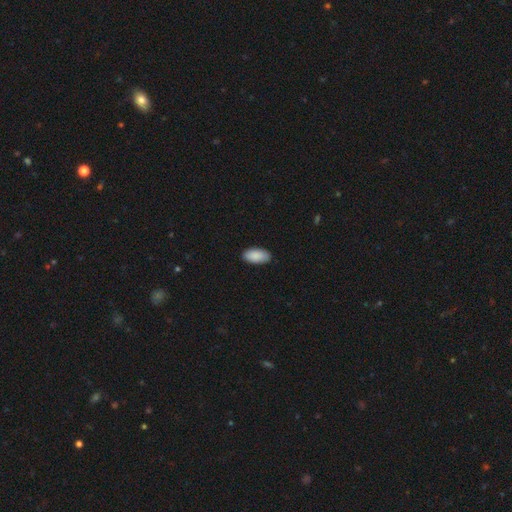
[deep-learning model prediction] Q: Smooth or featured?
A: smooth (90%); runner-up: star or artifact (6%)
Q: How rounded?
A: in between (95%); runner-up: cigar-shaped (3%)
Q: Merging?
A: none (87%); runner-up: minor disturbance (10%)